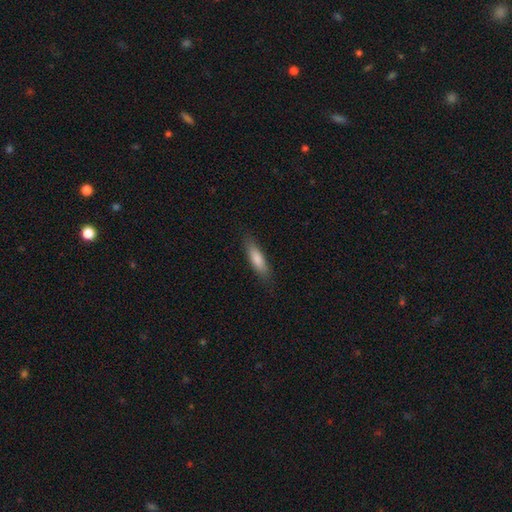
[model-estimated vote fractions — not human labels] This is likely a smooth galaxy (76%). How rounded: likely cigar-shaped (69%). Merging: clearly none (84%).